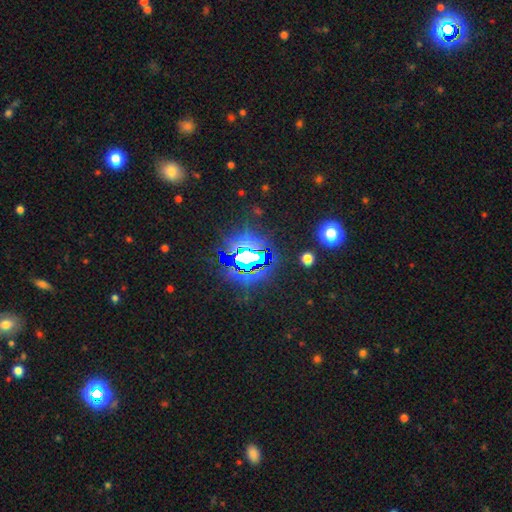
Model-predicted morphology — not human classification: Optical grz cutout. It shows a star or artifact, not a galaxy (77%).